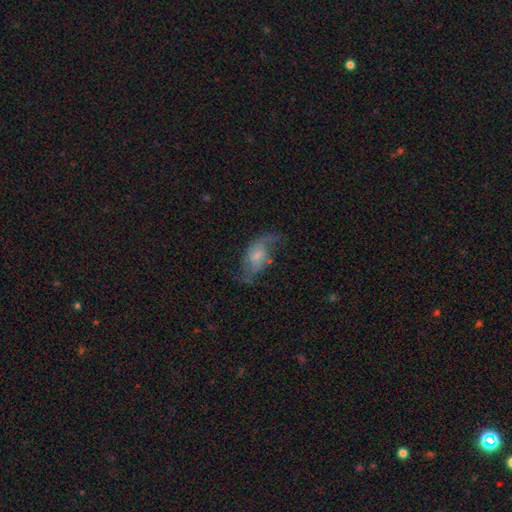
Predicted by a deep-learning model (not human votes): featured or disk 63%, smooth 27%, star or artifact 10%. Down the decision tree: edge-on disk — no (93%); bar — no (63%); spiral arms — yes (81%); bulge size — small (49%); merging — none (51%).